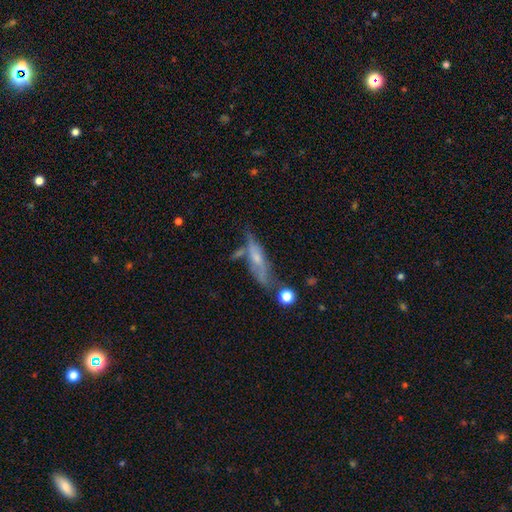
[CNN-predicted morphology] This appears to be a featured or disk galaxy (55%) viewed edge-on (65%). Merging: none (60%).